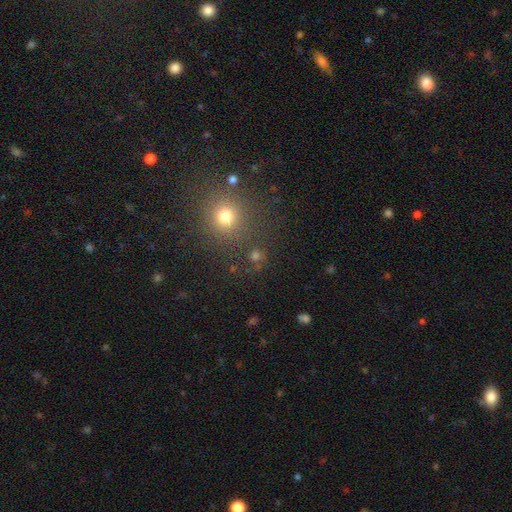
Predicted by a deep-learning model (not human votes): The model was most divided on "smooth or featured": smooth: 61%, star or artifact: 33%, featured or disk: 7%. More confident: how rounded — round (90%); merging — none (80%).